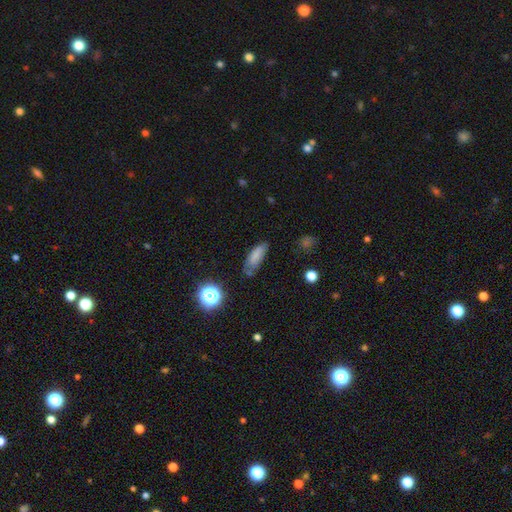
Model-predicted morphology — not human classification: Overall: smooth (75%). How rounded: in between (59%; cigar-shaped 37%). Merging: none (60%; minor disturbance 27%).